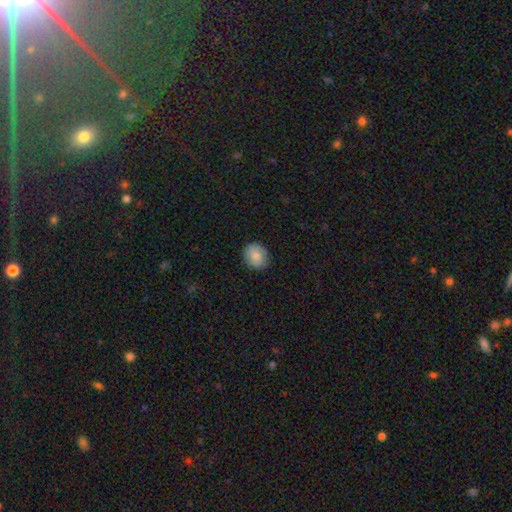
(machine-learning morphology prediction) Smooth or featured? Predicted: smooth (p=0.84). How rounded? Predicted: round (p=0.65). Merging? Predicted: none (p=0.85).